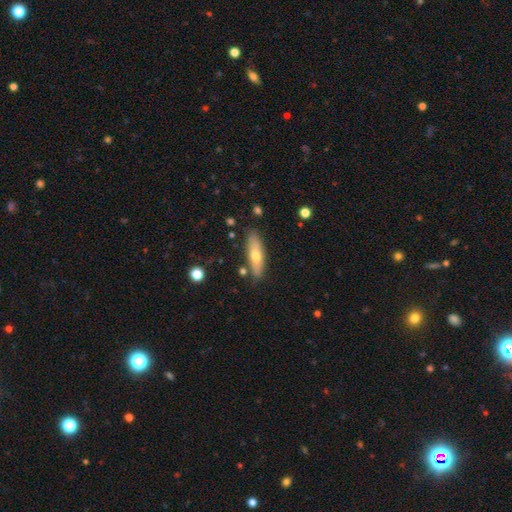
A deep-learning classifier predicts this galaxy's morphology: Q: Smooth or featured?
A: smooth (61%); runner-up: featured or disk (33%)
Q: How rounded?
A: cigar-shaped (56%); runner-up: in between (42%)
Q: Merging?
A: none (82%); runner-up: minor disturbance (12%)